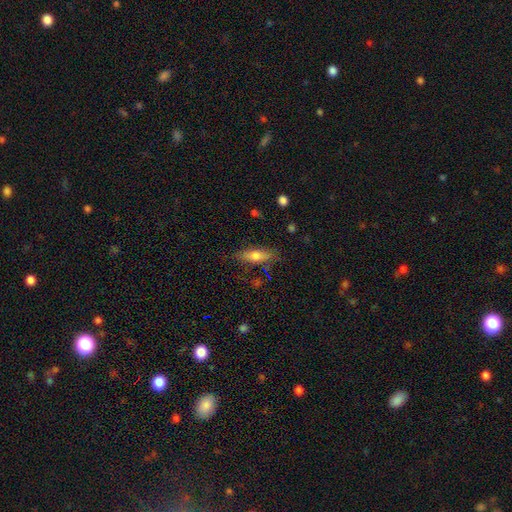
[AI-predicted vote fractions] This appears to be a smooth galaxy with no disk features (62%) that is cigar-shaped (49%). Merging: none (76%).